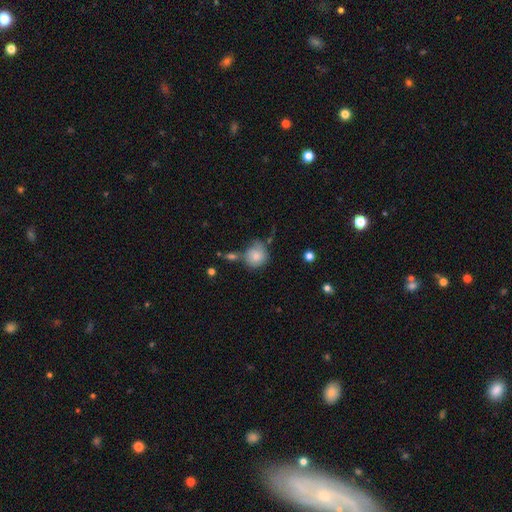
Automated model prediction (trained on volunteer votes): A smooth galaxy with no disk features (77%) that is round (83%).

Vote fractions:
- Smooth or featured? smooth: 77% / featured or disk: 15% / star or artifact: 8%
- How rounded? round: 83% / in between: 16% / cigar-shaped: 1%
- Merging? none: 49% / minor disturbance: 24% / merger: 17% / major disturbance: 10%